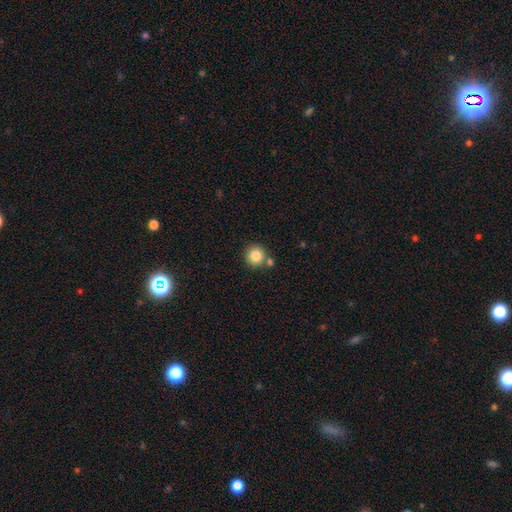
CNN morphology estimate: This is clearly a smooth galaxy (84%). How rounded: clearly round (93%). Merging: likely none (75%).